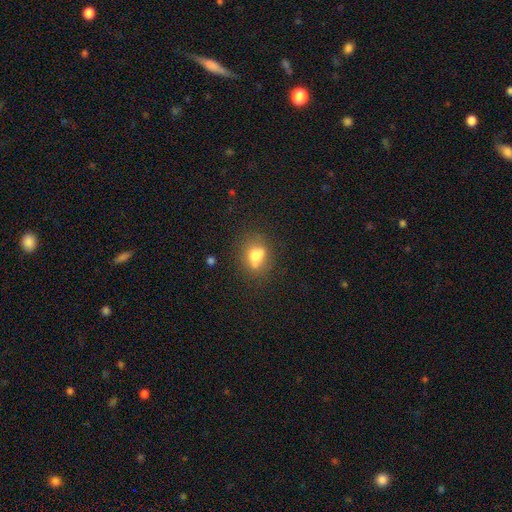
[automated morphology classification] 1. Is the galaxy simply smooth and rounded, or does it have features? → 65% smooth, 22% featured or disk, 13% star or artifact.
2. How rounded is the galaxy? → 57% round, 41% in between, 2% cigar-shaped.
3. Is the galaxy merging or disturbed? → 46% none, 32% merger, 15% minor disturbance, 7% major disturbance.